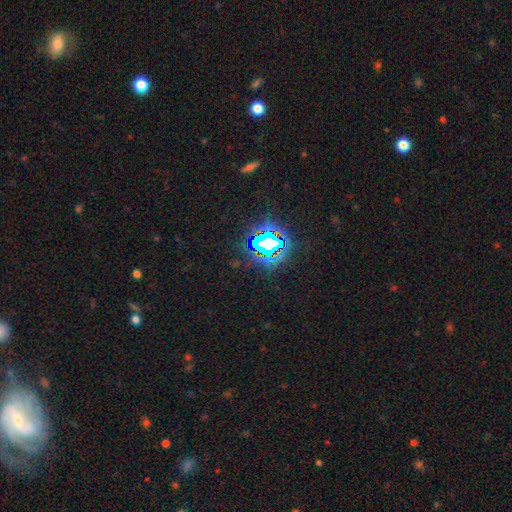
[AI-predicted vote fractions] The model was most divided on "smooth or featured": star or artifact: 80%, smooth: 12%, featured or disk: 8%.